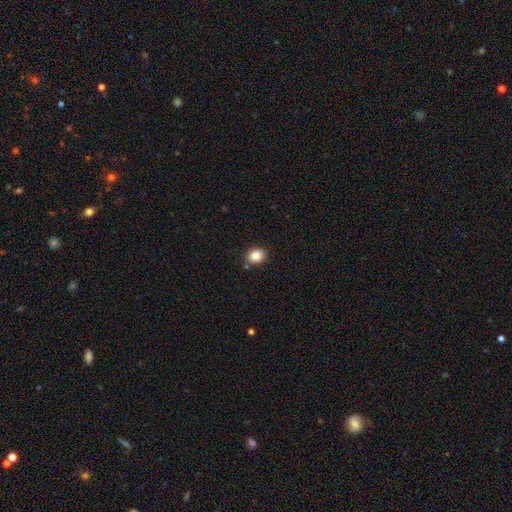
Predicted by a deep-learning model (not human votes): Q: Smooth or featured?
A: smooth (86%); runner-up: star or artifact (9%)
Q: How rounded?
A: round (51%); runner-up: in between (48%)
Q: Merging?
A: none (86%); runner-up: minor disturbance (9%)